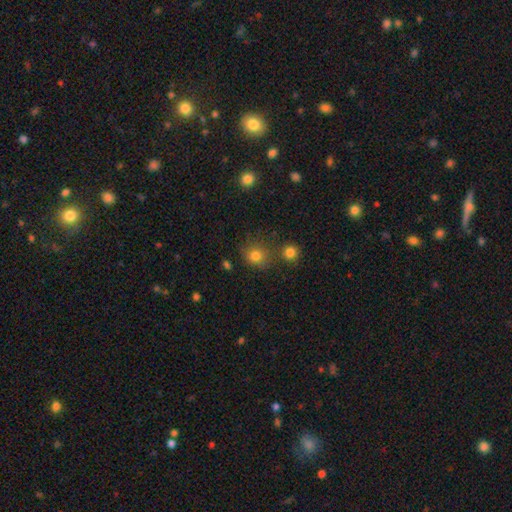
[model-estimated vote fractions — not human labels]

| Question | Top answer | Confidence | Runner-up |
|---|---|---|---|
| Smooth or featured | smooth | 78% | star or artifact (14%) |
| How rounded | round | 80% | in between (19%) |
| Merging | none | 67% | merger (14%) |